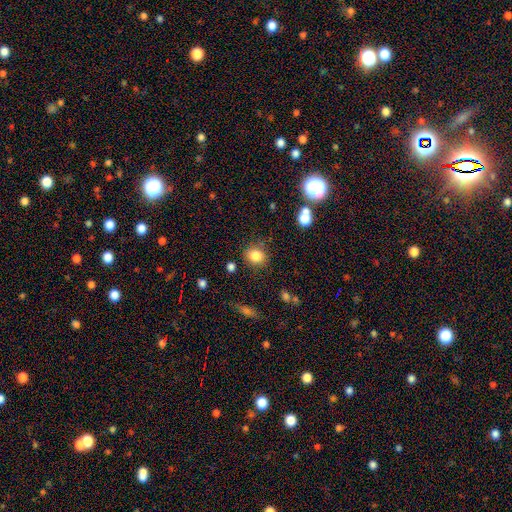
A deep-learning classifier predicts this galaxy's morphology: smooth 83%, star or artifact 11%, featured or disk 6%. Down the decision tree: how rounded — round (65%); merging — none (80%).